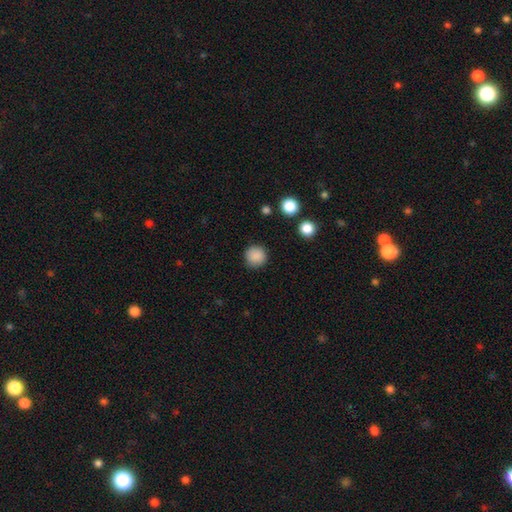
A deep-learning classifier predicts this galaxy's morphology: A smooth galaxy with no disk features (88%) that is round (94%). Merging: none (89%).